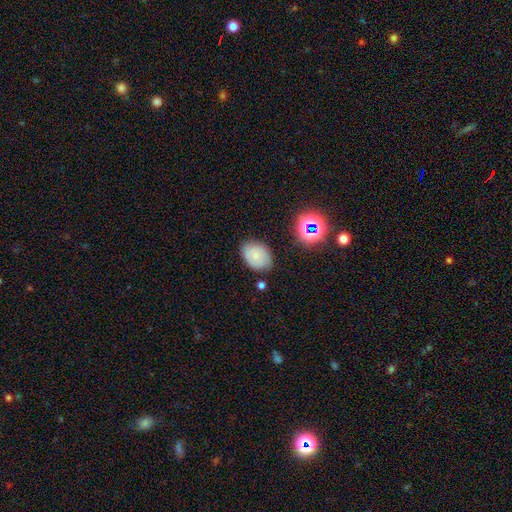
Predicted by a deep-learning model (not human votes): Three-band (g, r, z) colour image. It shows a smooth galaxy with no disk features (68%) that is in between round and cigar-shaped (73%). Merging: none (74%).